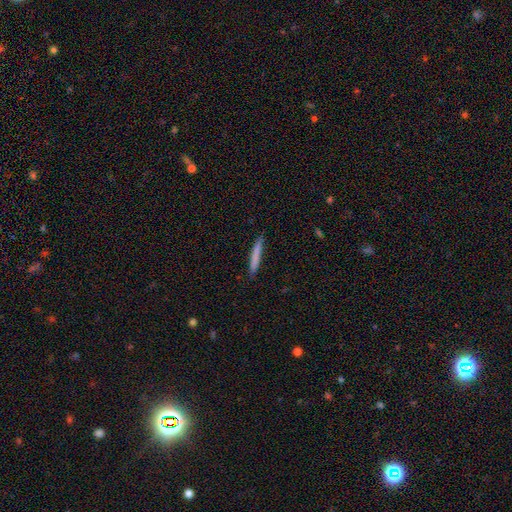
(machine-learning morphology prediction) Smooth or featured: smooth — 74% (featured or disk — 20%)
How rounded: cigar-shaped — 96% (in between — 3%)
Merging: none — 89% (minor disturbance — 8%)